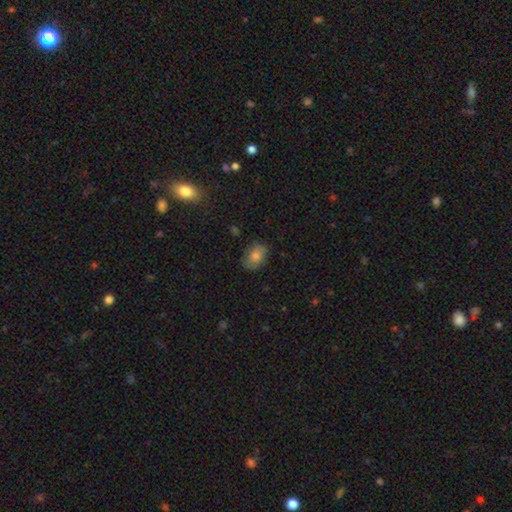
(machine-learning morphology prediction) Q: Smooth or featured?
A: smooth (75%); runner-up: featured or disk (14%)
Q: How rounded?
A: in between (75%); runner-up: round (24%)
Q: Merging?
A: none (78%); runner-up: minor disturbance (17%)